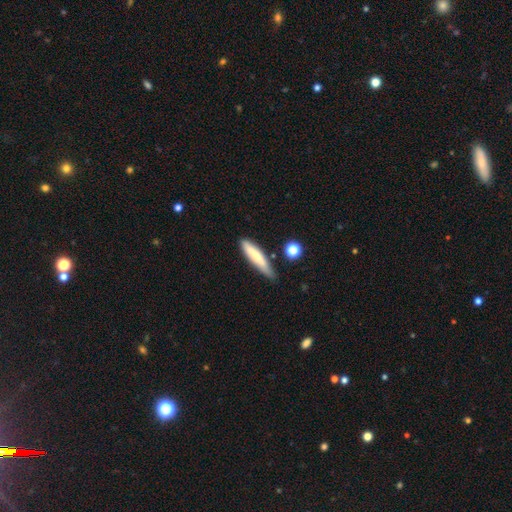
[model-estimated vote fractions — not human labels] Smooth or featured? smooth (70%)
How rounded? cigar-shaped (86%)
Merging? none (72%)